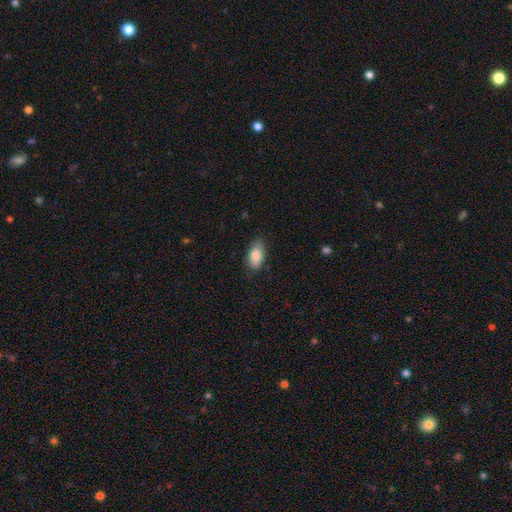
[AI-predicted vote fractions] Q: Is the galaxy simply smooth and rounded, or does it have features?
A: smooth — 86%.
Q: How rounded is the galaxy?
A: in between — 91%.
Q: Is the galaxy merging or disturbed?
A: none — 78%.